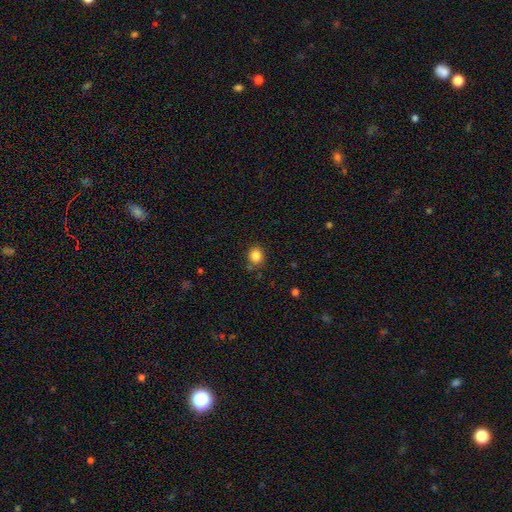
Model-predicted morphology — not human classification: smooth-or-featured: smooth: 85% | star or artifact: 11% | featured or disk: 5%
  how-rounded: round: 77% | in between: 22% | cigar-shaped: 1%
  merging: none: 82% | minor disturbance: 12% | merger: 4% | major disturbance: 3%